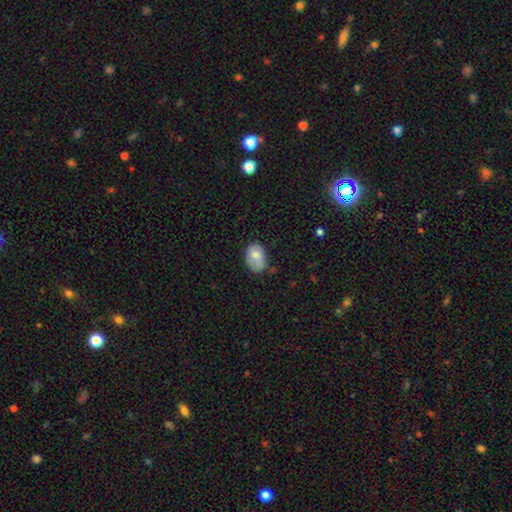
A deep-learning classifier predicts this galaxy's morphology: smooth-or-featured: smooth: 76% | featured or disk: 16% | star or artifact: 8%
  how-rounded: in between: 80% | round: 19% | cigar-shaped: 1%
  merging: none: 42% | minor disturbance: 37% | major disturbance: 14% | merger: 7%